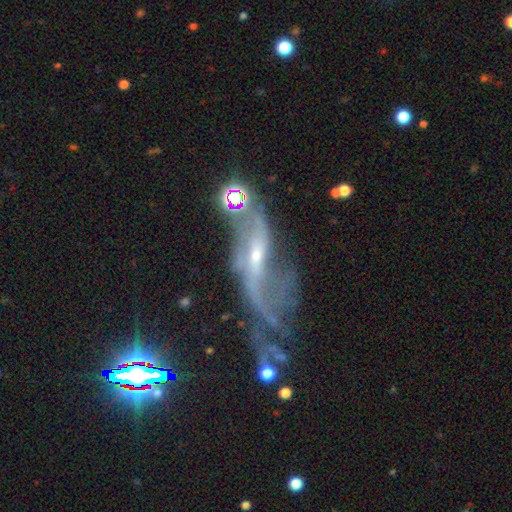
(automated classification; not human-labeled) Smooth or featured? Predicted: featured or disk (p=0.73). Edge-on disk? Predicted: no (p=0.75). Bar? Predicted: no (p=0.38). Spiral arms? Predicted: yes (p=0.79). Bulge size? Predicted: small (p=0.67). Merging? Predicted: none (p=0.34).